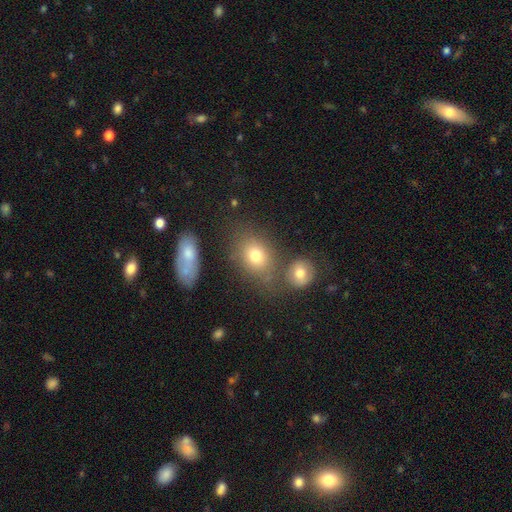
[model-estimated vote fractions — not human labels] Smooth or featured? smooth (74%)
How rounded? in between (59%)
Merging? none (64%)